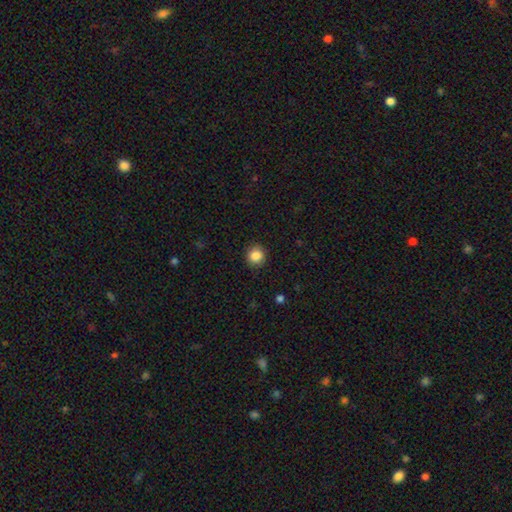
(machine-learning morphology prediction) This appears to be a smooth galaxy with no disk features (85%) that is round (91%). Merging: none (91%).